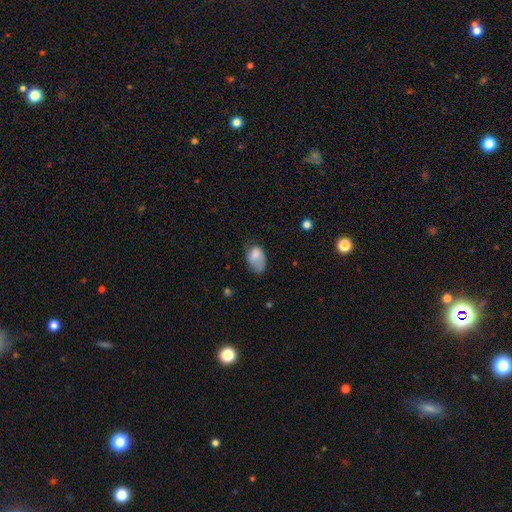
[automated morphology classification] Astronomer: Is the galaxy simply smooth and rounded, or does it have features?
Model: smooth — 77%.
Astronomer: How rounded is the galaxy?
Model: in between — 88%.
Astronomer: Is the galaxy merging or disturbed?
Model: minor disturbance — 39% (runner-up: none, 32%).